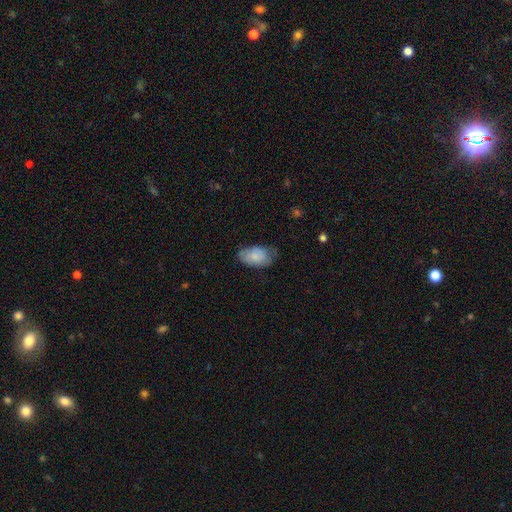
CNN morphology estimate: This appears to be a smooth galaxy with no disk features (81%) that is in between round and cigar-shaped (93%). Merging: none (58%).